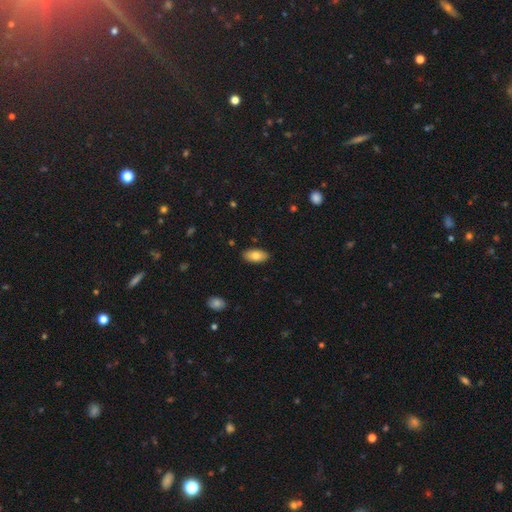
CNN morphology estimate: The model was most divided on "smooth or featured": smooth: 79%, featured or disk: 14%, star or artifact: 7%. More confident: how rounded — in between (91%); merging — none (88%).